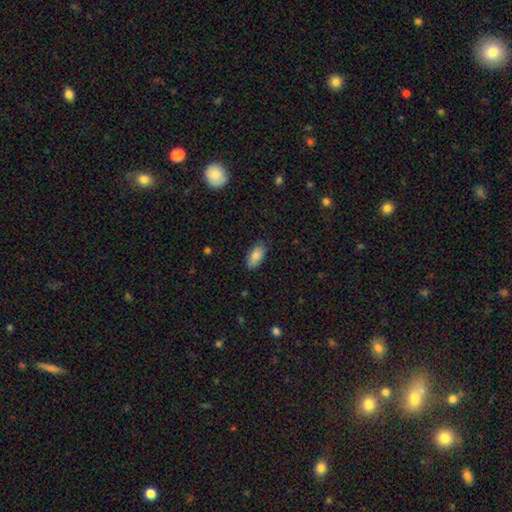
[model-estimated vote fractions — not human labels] Smooth or featured? Predicted: smooth (p=0.85). How rounded? Predicted: in between (p=0.91). Merging? Predicted: none (p=0.80).